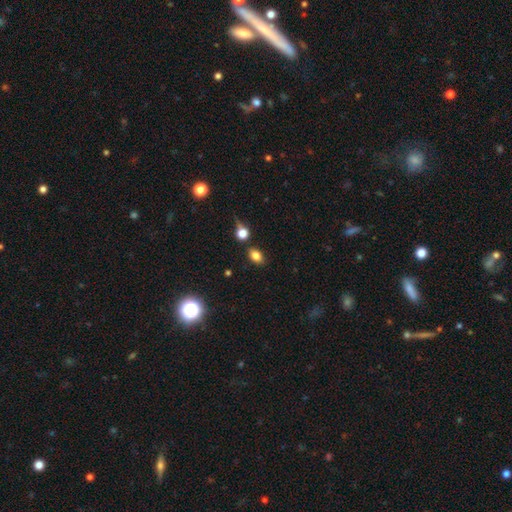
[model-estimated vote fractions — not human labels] This is clearly a smooth galaxy (81%). How rounded: likely in between (77%). Merging: likely none (78%).